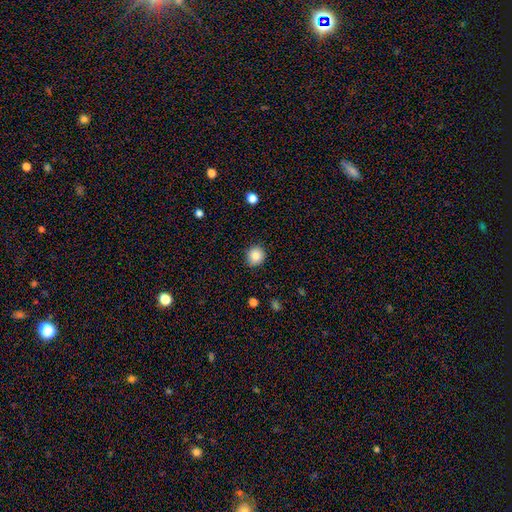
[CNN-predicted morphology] Smooth or featured? Predicted: smooth (p=0.85). How rounded? Predicted: round (p=0.86). Merging? Predicted: none (p=0.89).